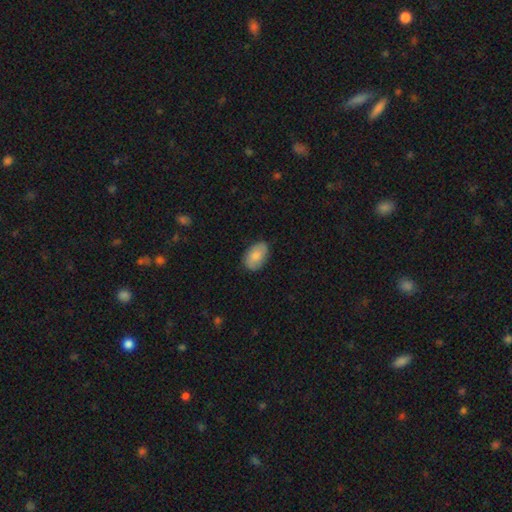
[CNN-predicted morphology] smooth_or_featured: smooth (p=0.81) [alt: featured or disk p=0.13]
how_rounded: in between (p=0.90) [alt: round p=0.08]
merging: none (p=0.80) [alt: minor disturbance p=0.16]